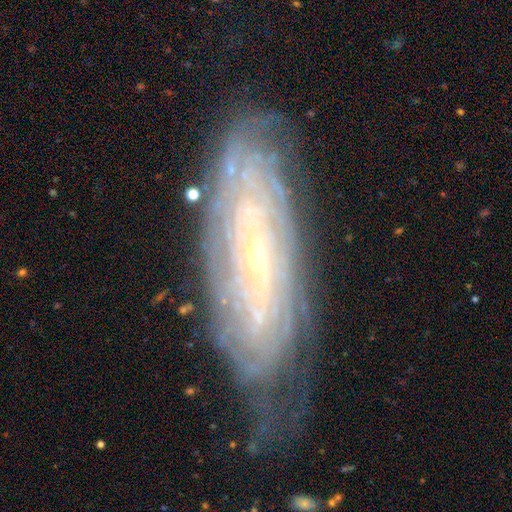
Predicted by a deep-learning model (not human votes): Overall: featured or disk (83%). Edge-on disk: no (86%). Bar: no (61%; weak 27%). Spiral arms: yes (93%). Spiral arm count: can't tell (51%; 4 13%). Spiral winding: tight (81%). Bulge size: small (84%). Merging: none (71%).